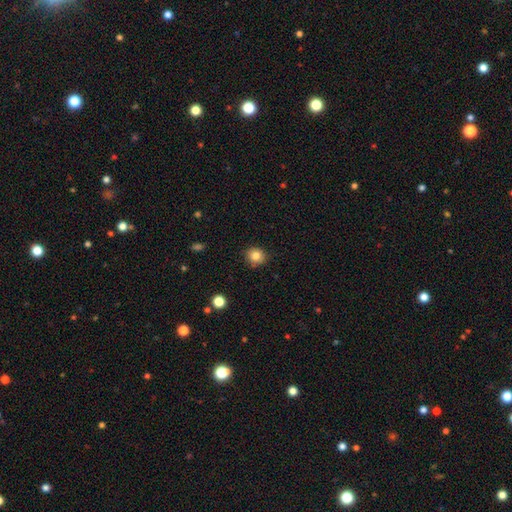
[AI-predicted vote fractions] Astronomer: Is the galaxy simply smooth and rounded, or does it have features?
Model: smooth — 83%.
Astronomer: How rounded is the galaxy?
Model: round — 86%.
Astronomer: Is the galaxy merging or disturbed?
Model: none — 88%.